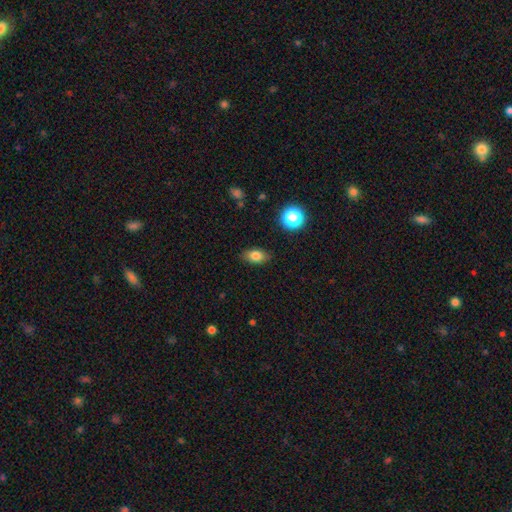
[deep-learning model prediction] Smooth or featured? Predicted: smooth (p=0.79). How rounded? Predicted: in between (p=0.85). Merging? Predicted: none (p=0.85).